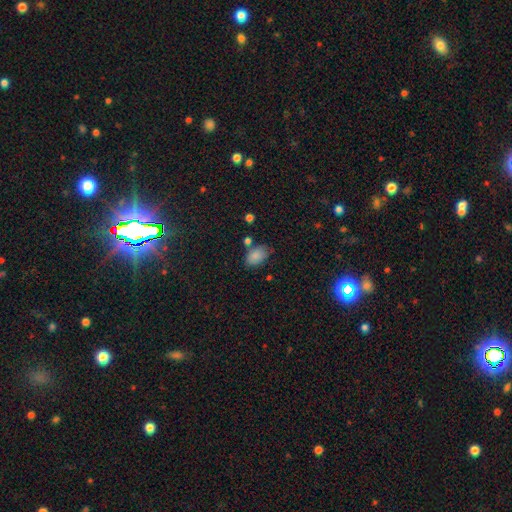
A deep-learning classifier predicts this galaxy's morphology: Q: Smooth or featured?
A: smooth (84%); runner-up: star or artifact (9%)
Q: How rounded?
A: in between (89%); runner-up: round (9%)
Q: Merging?
A: none (63%); runner-up: minor disturbance (23%)